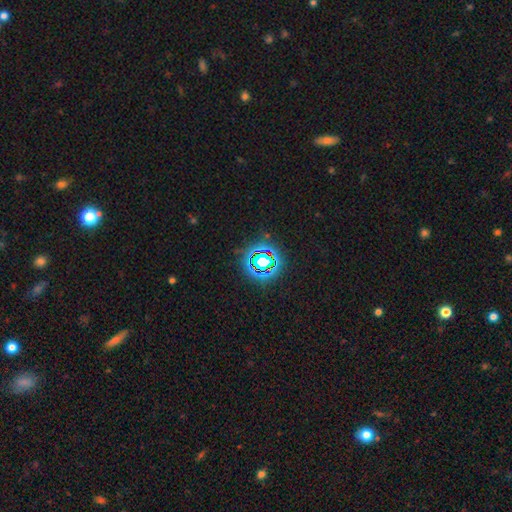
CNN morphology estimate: smooth_or_featured: star or artifact (p=0.75) [alt: smooth p=0.15]